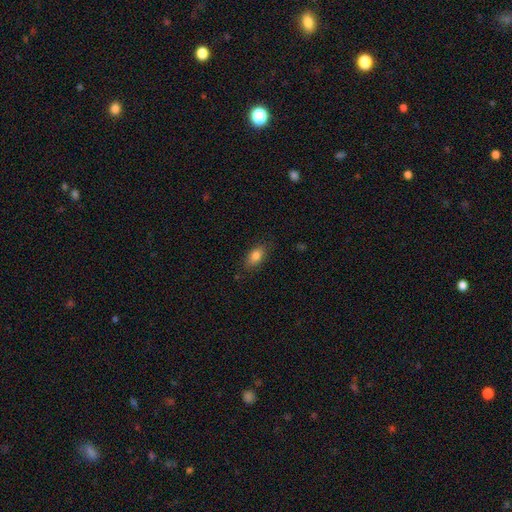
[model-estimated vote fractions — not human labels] Smooth or featured? Predicted: smooth (p=0.83). How rounded? Predicted: in between (p=0.89). Merging? Predicted: none (p=0.83).